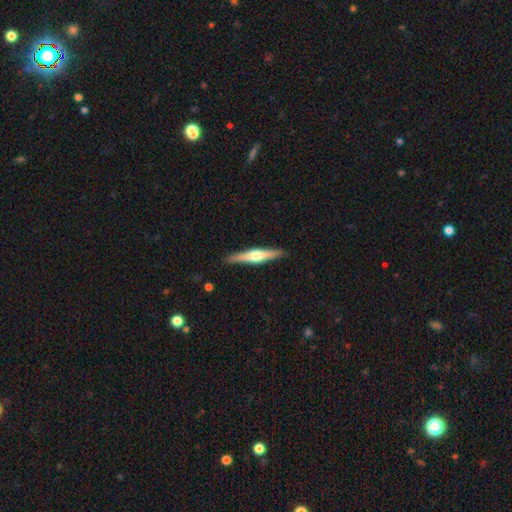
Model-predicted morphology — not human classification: type=featured or disk (64%); edge-on=yes (97%); edge-on bulge=rounded (92%); merging=none (91%).